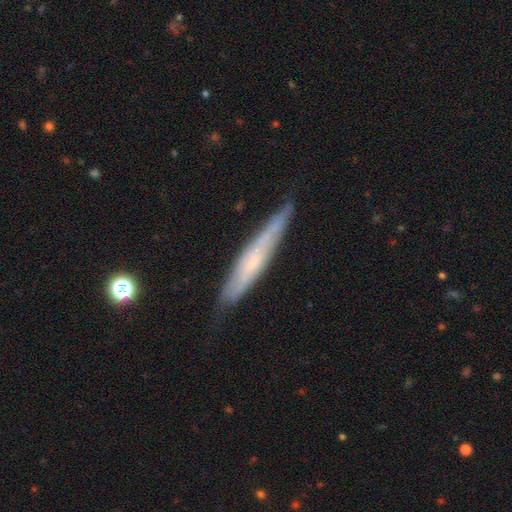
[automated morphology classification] type=featured or disk (54%); edge-on=yes (82%); merging=none (76%).